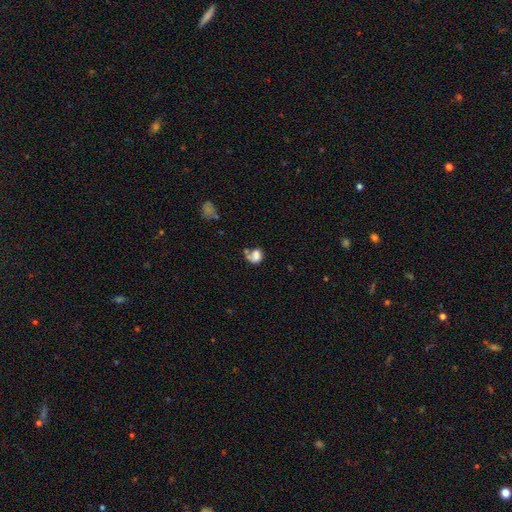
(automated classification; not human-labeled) A smooth galaxy with no disk features (67%) that is in between round and cigar-shaped (58%).

Vote fractions:
- Smooth or featured? smooth: 67% / featured or disk: 20% / star or artifact: 12%
- How rounded? in between: 58% / round: 41% / cigar-shaped: 1%
- Merging? merger: 31% / none: 29% / major disturbance: 22% / minor disturbance: 18%